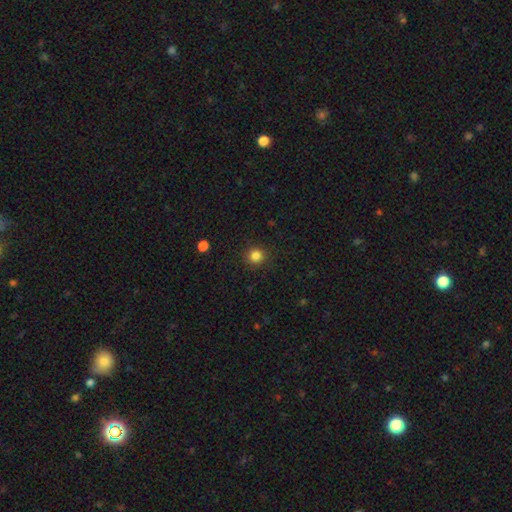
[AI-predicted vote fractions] Smooth or featured?
  - smooth: 84% *
  - star or artifact: 12%
  - featured or disk: 4%
How rounded?
  - round: 93% *
  - in between: 6%
  - cigar-shaped: 1%
Merging?
  - none: 91% *
  - minor disturbance: 6%
  - major disturbance: 2%
  - merger: 1%